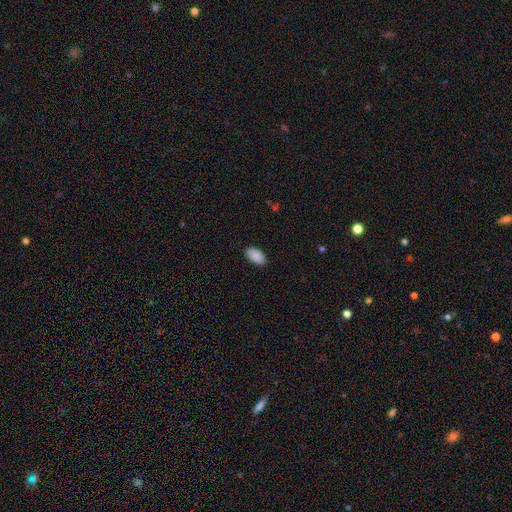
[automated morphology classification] type=smooth (90%); roundness=in between (95%); merging=none (87%).